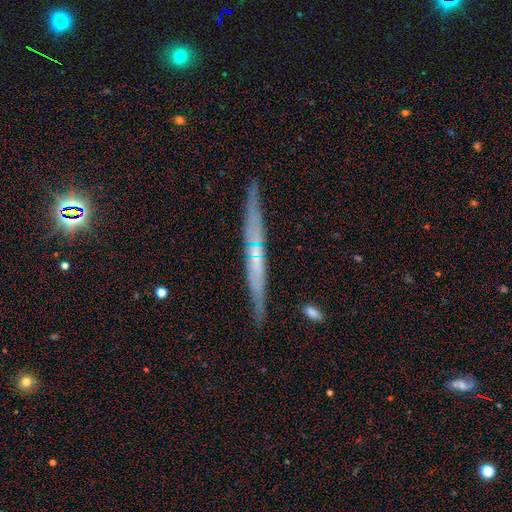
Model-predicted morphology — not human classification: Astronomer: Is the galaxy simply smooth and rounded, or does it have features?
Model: featured or disk — 60%.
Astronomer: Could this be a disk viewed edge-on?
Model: yes — 94%.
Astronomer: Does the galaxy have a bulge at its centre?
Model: none — 75%.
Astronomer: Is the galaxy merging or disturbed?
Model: none — 86%.